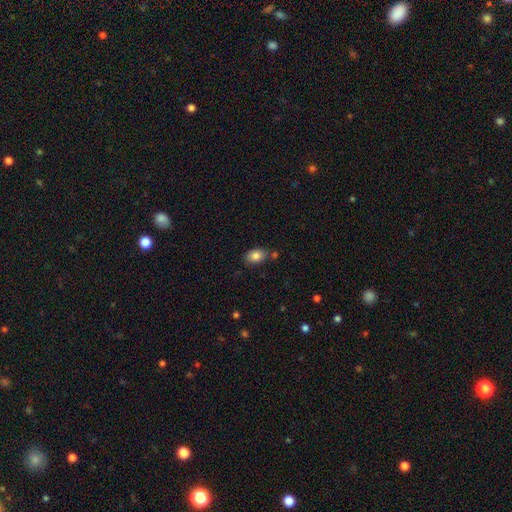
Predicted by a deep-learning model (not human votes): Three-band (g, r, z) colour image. It shows a smooth galaxy with no disk features (83%) that is in between round and cigar-shaped (83%). Merging: none (75%).